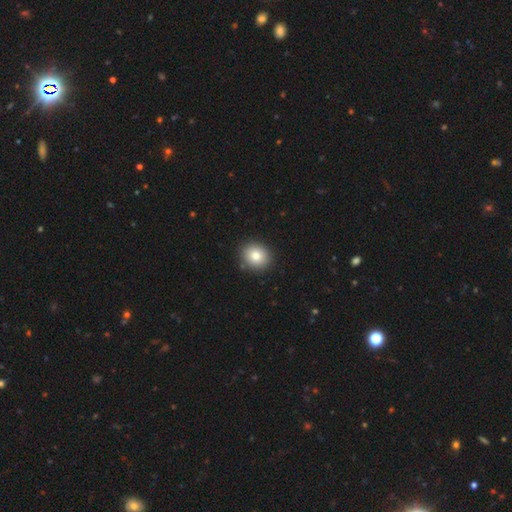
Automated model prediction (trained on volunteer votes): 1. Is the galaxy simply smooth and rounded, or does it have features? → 81% smooth, 10% star or artifact, 9% featured or disk.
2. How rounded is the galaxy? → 74% round, 25% in between, 1% cigar-shaped.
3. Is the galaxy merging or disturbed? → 90% none, 7% minor disturbance, 2% major disturbance, 1% merger.